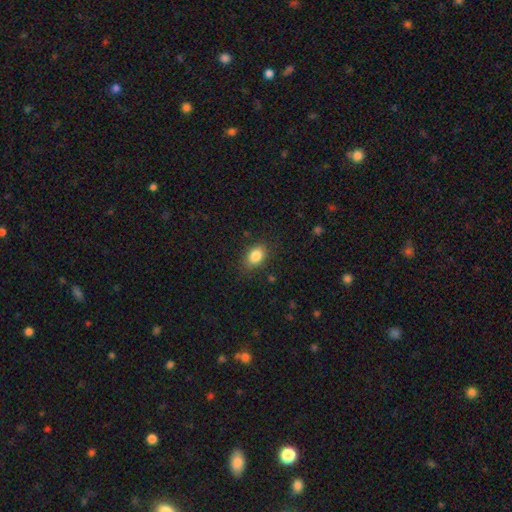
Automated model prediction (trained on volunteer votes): A smooth galaxy with no disk features (85%) that is in between round and cigar-shaped (81%). Merging: none (80%).